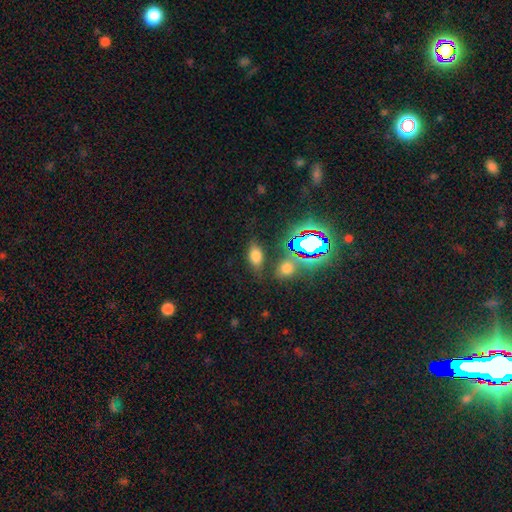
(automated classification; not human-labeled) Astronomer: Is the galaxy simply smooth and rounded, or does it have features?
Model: smooth — 66%.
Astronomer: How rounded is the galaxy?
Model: in between — 87%.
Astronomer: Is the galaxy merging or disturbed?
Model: none — 77%.